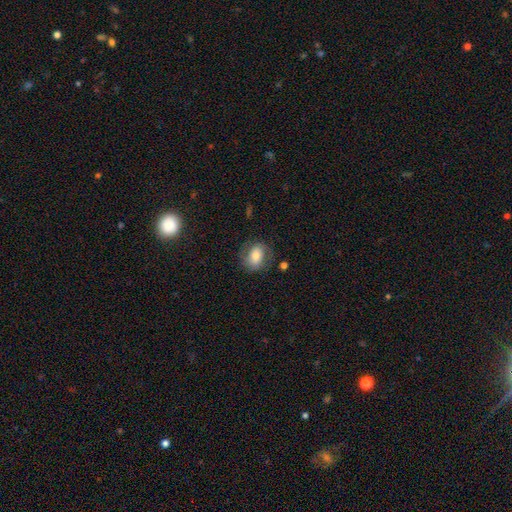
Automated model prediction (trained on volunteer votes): The model was most divided on "how rounded": in between: 56%, round: 42%, cigar-shaped: 1%. More confident: merging — none (71%); smooth or featured — smooth (56%).